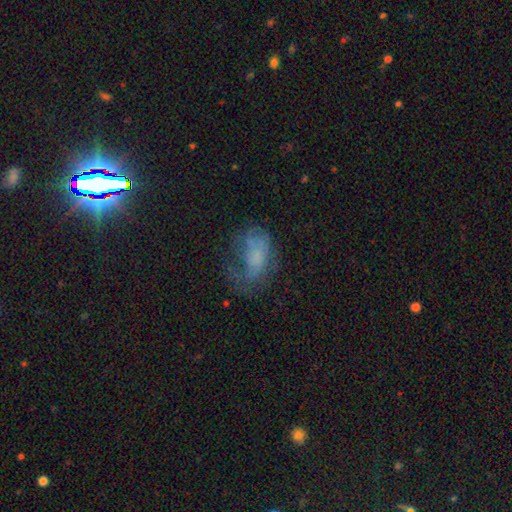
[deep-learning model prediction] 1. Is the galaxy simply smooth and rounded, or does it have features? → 45% featured or disk, 41% smooth, 14% star or artifact.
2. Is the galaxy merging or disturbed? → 41% major disturbance, 35% none, 22% minor disturbance, 3% merger.